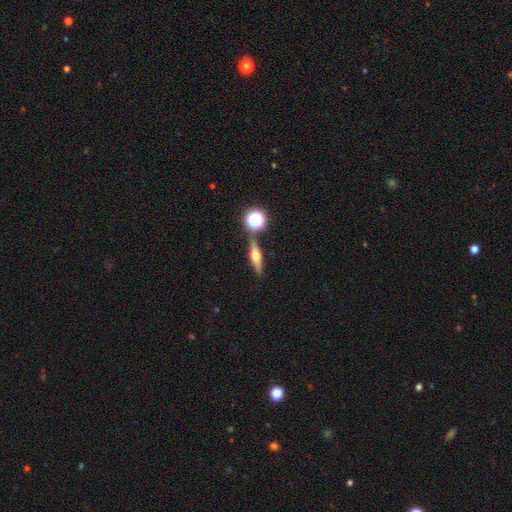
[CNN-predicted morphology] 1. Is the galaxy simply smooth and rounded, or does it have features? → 63% featured or disk, 28% smooth, 9% star or artifact.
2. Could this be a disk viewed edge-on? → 95% yes, 5% no.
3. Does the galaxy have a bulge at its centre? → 95% rounded, 3% boxy, 2% none.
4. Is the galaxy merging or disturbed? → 82% none, 8% minor disturbance, 8% merger, 2% major disturbance.